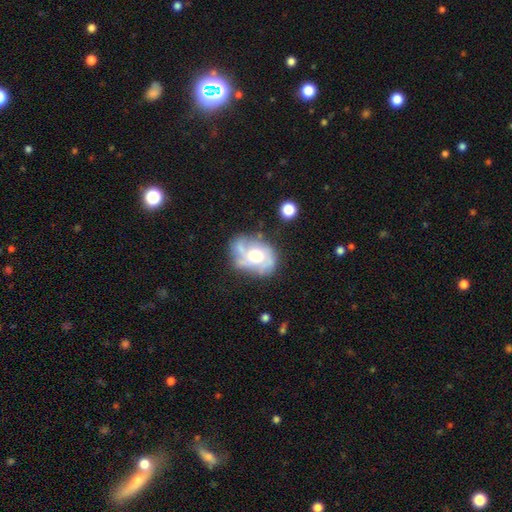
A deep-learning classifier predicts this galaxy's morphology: A featured or disk galaxy (67%) with no bar (77%), spiral arms (67%) and a moderate central bulge (60%).

Vote fractions:
- Smooth or featured? featured or disk: 67% / smooth: 24% / star or artifact: 8%
- Edge-on disk? no: 97% / yes: 3%
- Bar? no: 77% / weak: 19% / strong: 4%
- Spiral arms? yes: 67% / no: 33%
- Bulge size? moderate: 60% / large: 27% / small: 8% / none: 2% / dominant: 2%
- Merging? none: 49% / minor disturbance: 24% / major disturbance: 18% / merger: 9%